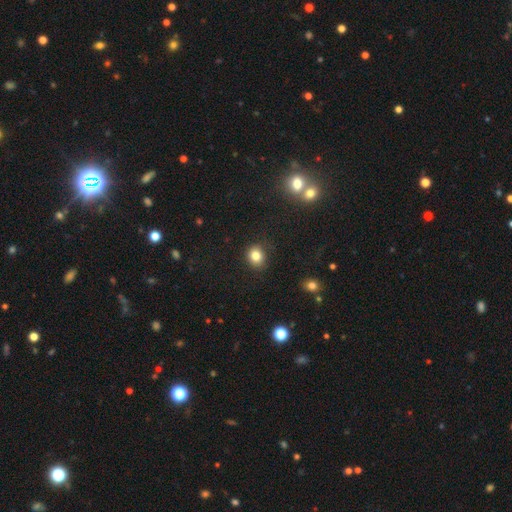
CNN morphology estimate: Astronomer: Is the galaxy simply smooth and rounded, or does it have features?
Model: smooth — 82%.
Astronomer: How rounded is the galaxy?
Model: round — 63%.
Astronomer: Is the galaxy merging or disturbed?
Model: none — 84%.